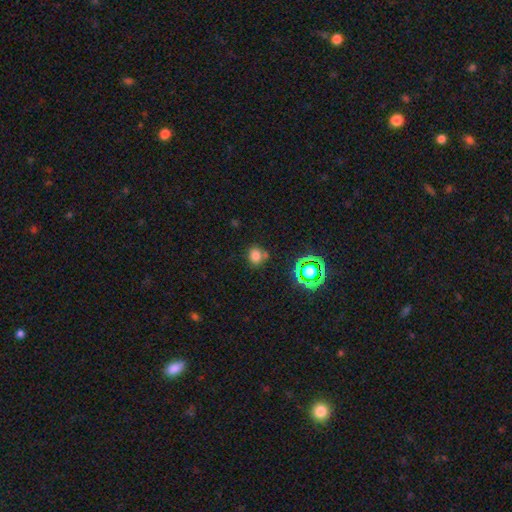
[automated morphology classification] A smooth galaxy with no disk features (73%) that is round (69%). Merging: none (68%).